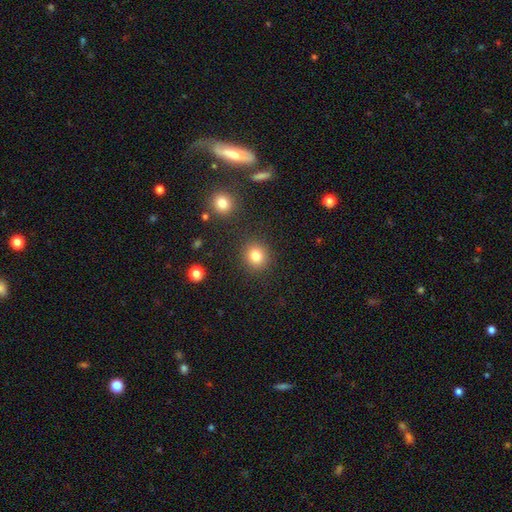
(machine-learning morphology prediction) smooth-or-featured: smooth: 83% | star or artifact: 11% | featured or disk: 6%
  how-rounded: round: 83% | in between: 16% | cigar-shaped: 1%
  merging: none: 87% | minor disturbance: 7% | merger: 3% | major disturbance: 3%